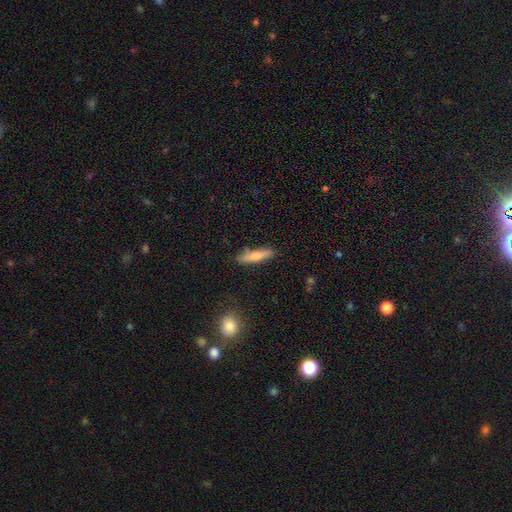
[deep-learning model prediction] Smooth or featured?
  - smooth: 61% *
  - featured or disk: 32%
  - star or artifact: 7%
How rounded?
  - cigar-shaped: 83% *
  - in between: 15%
  - round: 2%
Merging?
  - none: 84% *
  - minor disturbance: 11%
  - merger: 3%
  - major disturbance: 2%